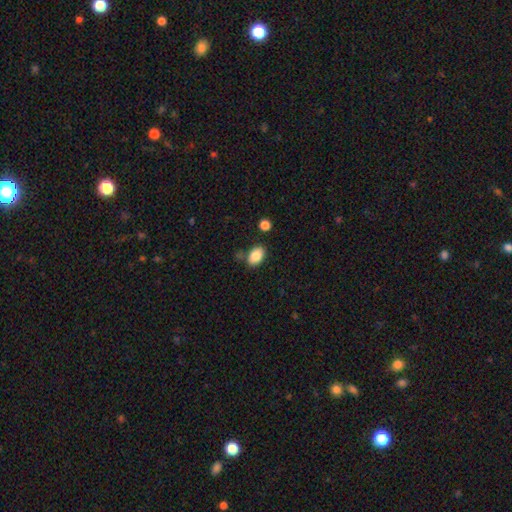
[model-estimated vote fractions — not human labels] This appears to be a smooth galaxy with no disk features (86%) that is in between round and cigar-shaped (87%). Merging: none (73%).